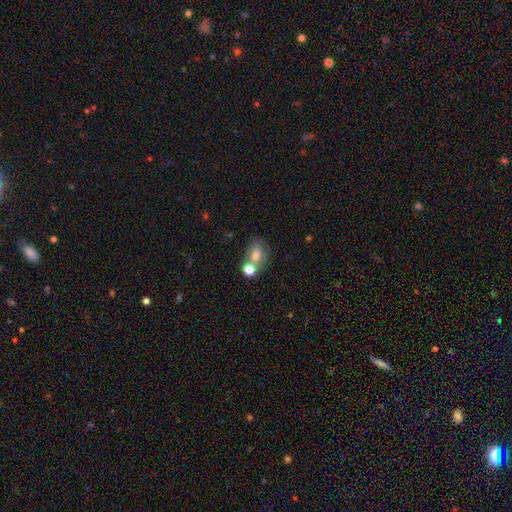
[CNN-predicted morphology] Q: Smooth or featured?
A: smooth (61%); runner-up: featured or disk (25%)
Q: How rounded?
A: in between (72%); runner-up: round (25%)
Q: Merging?
A: none (41%); runner-up: merger (35%)